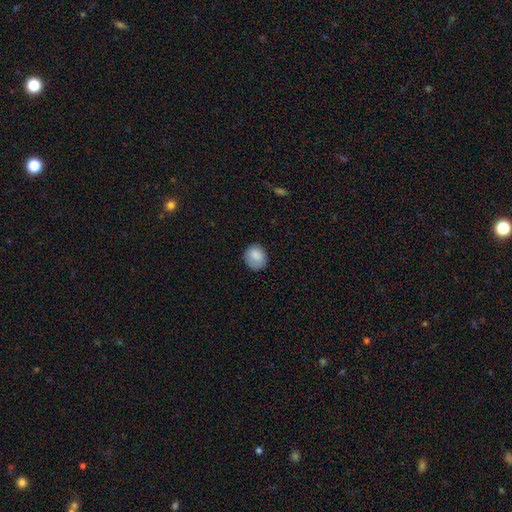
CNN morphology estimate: A smooth galaxy with no disk features (84%) that is round (79%). Merging: none (74%).